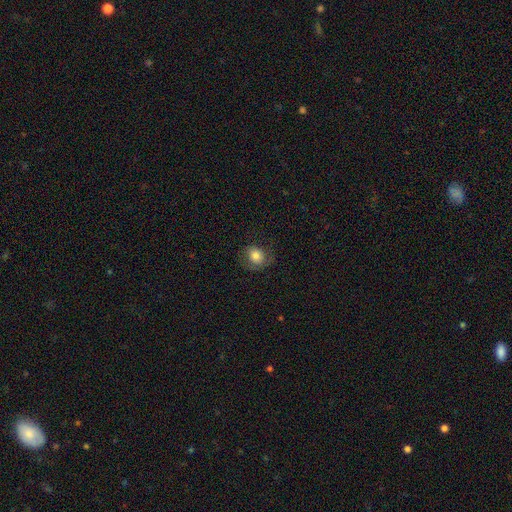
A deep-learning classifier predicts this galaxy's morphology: Q: Smooth or featured?
A: smooth (72%); runner-up: featured or disk (18%)
Q: How rounded?
A: round (67%); runner-up: in between (32%)
Q: Merging?
A: none (65%); runner-up: minor disturbance (20%)